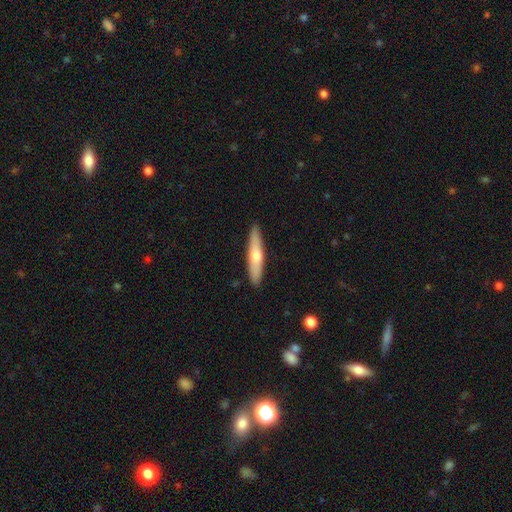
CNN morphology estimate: Smooth or featured? smooth (56%)
How rounded? cigar-shaped (86%)
Merging? none (90%)